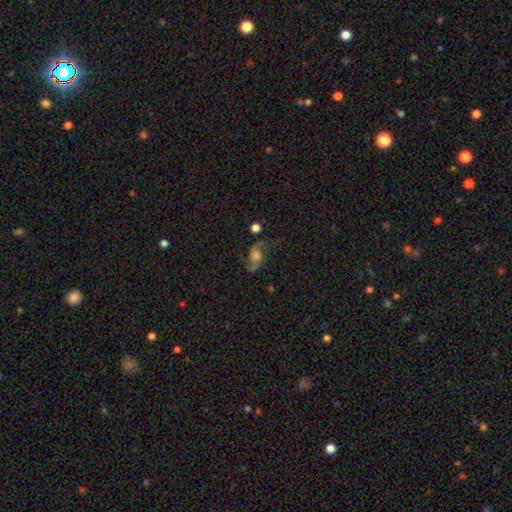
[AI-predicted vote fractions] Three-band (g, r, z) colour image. It shows a featured or disk galaxy (76%) with no bar (62%), 2 (91%) loose (59%) spiral arms (94%) and a moderate central bulge (36%). Merging: none (68%).